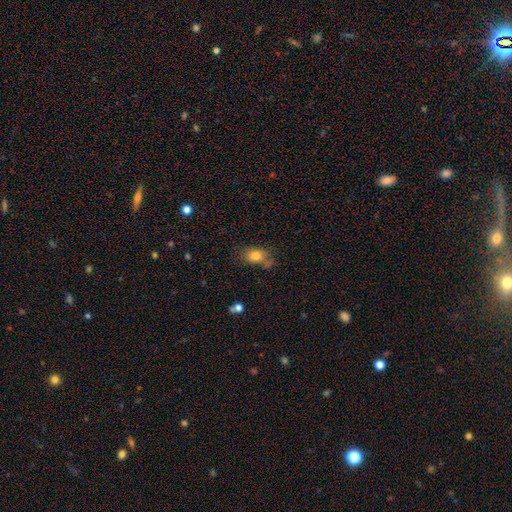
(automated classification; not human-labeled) The model was most divided on "merging": none: 55%, minor disturbance: 26%, major disturbance: 10%, merger: 9%. More confident: smooth or featured — smooth (77%); how rounded — in between (75%).